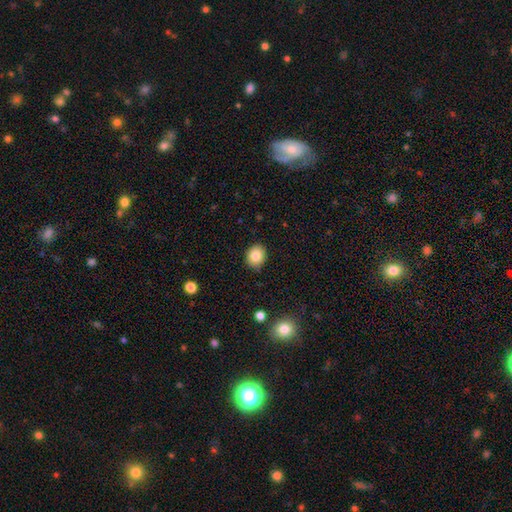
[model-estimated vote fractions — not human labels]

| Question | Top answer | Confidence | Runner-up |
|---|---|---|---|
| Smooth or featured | smooth | 83% | star or artifact (9%) |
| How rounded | round | 65% | in between (34%) |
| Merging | none | 87% | minor disturbance (10%) |